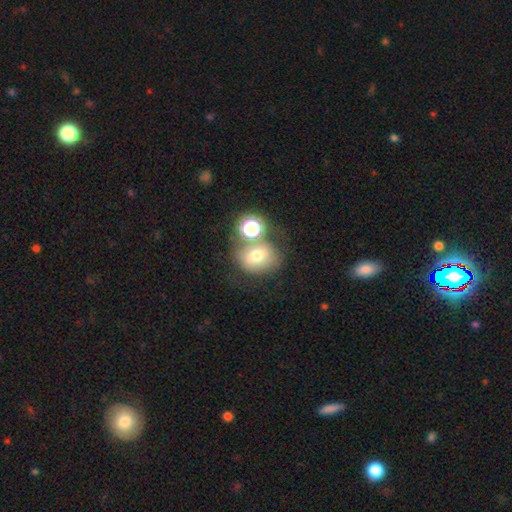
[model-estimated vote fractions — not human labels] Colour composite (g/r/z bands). It shows a smooth galaxy with no disk features (64%) that is round (57%). Merging: none (51%).